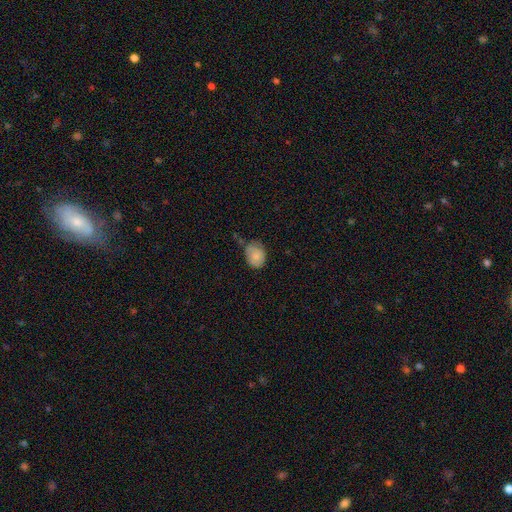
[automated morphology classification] This appears to be a smooth galaxy with no disk features (80%) that is in between round and cigar-shaped (63%). Merging: none (53%).